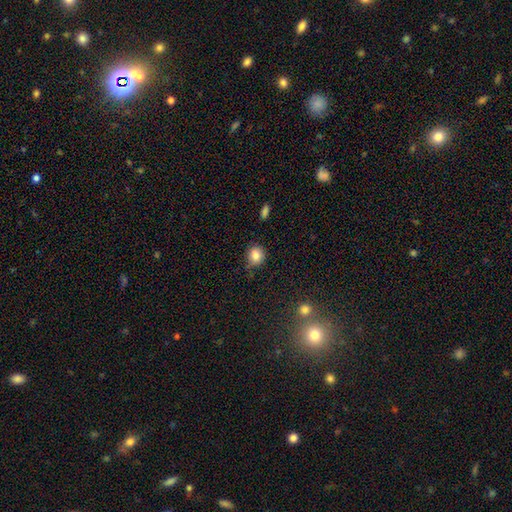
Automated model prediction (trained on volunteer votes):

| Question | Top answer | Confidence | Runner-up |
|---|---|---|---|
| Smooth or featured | smooth | 83% | star or artifact (10%) |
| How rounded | round | 77% | in between (22%) |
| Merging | none | 76% | minor disturbance (18%) |